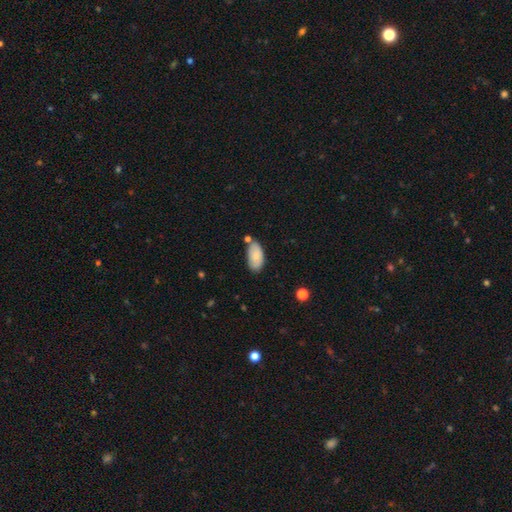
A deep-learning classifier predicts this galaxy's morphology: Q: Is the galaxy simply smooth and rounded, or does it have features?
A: smooth — 80%.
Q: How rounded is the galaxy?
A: in between — 94%.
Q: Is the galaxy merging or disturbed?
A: none — 69%.